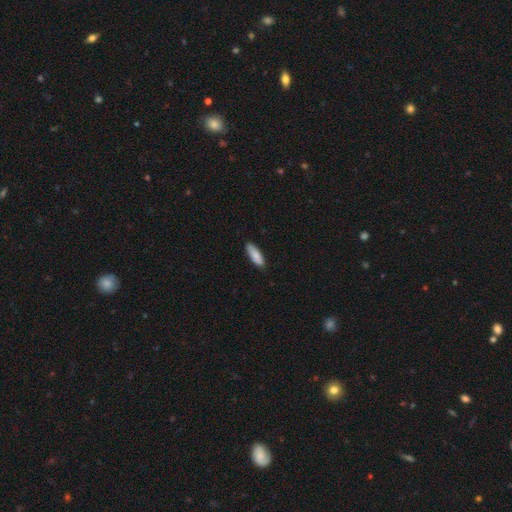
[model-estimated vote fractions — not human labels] This is clearly a smooth galaxy (87%). How rounded: possibly in between (52%). Merging: clearly none (86%).